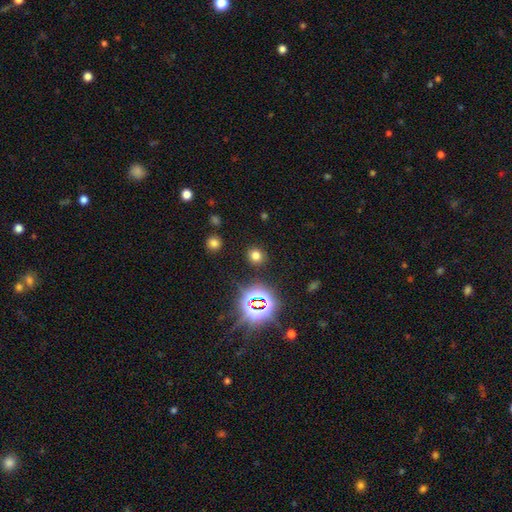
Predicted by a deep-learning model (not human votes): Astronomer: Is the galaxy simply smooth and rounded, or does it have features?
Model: smooth — 67%.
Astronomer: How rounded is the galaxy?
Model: round — 82%.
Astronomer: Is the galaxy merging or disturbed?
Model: none — 88%.